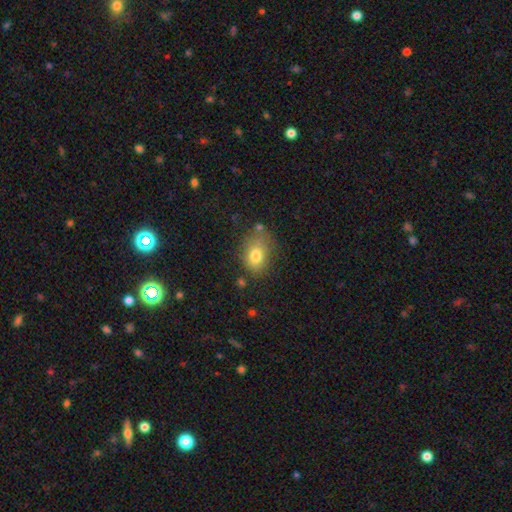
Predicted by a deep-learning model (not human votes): smooth-or-featured: smooth: 77% | featured or disk: 13% | star or artifact: 10%
  how-rounded: in between: 72% | round: 27% | cigar-shaped: 1%
  merging: none: 59% | minor disturbance: 25% | major disturbance: 10% | merger: 7%